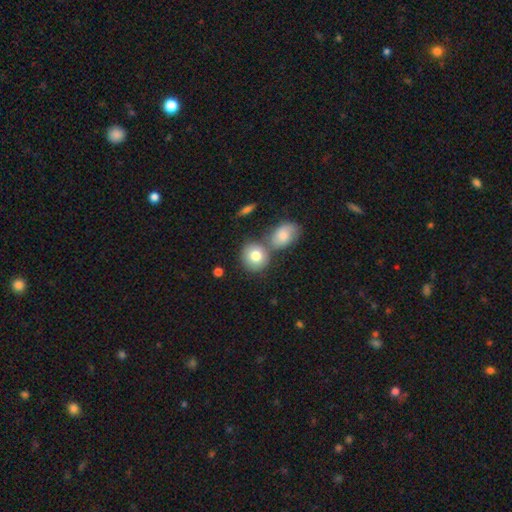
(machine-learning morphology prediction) smooth-or-featured: smooth: 79% | featured or disk: 13% | star or artifact: 7%
  how-rounded: round: 78% | in between: 21% | cigar-shaped: 1%
  merging: none: 55% | merger: 31% | minor disturbance: 11% | major disturbance: 4%